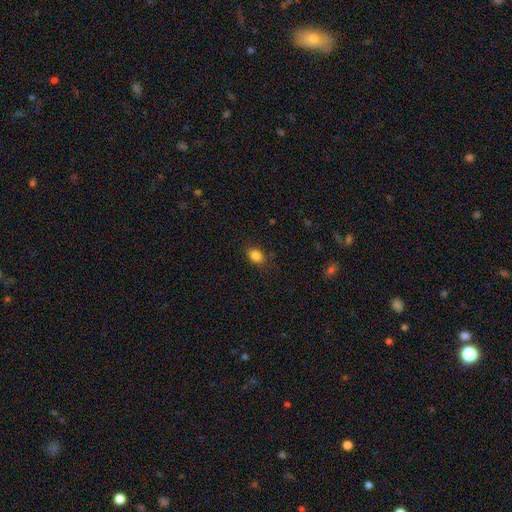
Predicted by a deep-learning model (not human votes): smooth_or_featured: smooth (p=0.85) [alt: star or artifact p=0.11]
how_rounded: in between (p=0.56) [alt: round p=0.43]
merging: none (p=0.85) [alt: minor disturbance p=0.11]